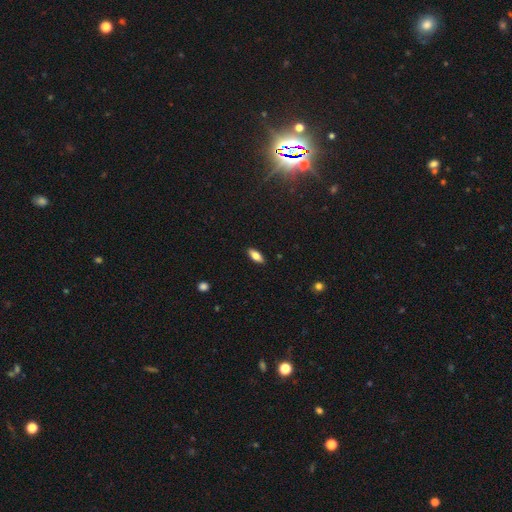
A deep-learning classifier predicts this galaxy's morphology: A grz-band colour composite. It shows a smooth galaxy with no disk features (74%) that is in between round and cigar-shaped (77%). Merging: none (90%).